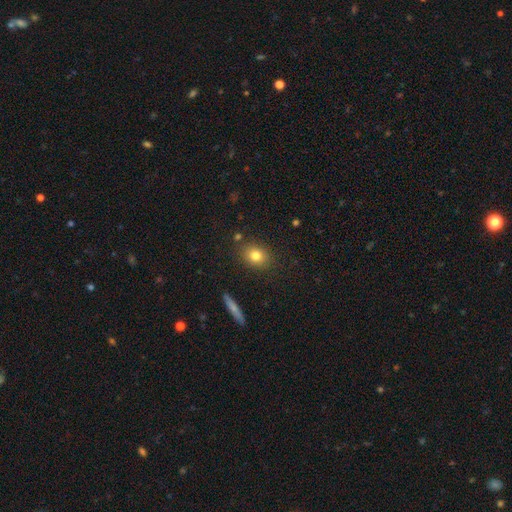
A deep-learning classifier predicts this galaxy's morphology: This appears to be a smooth galaxy with no disk features (79%) that is round (55%). Merging: none (85%).